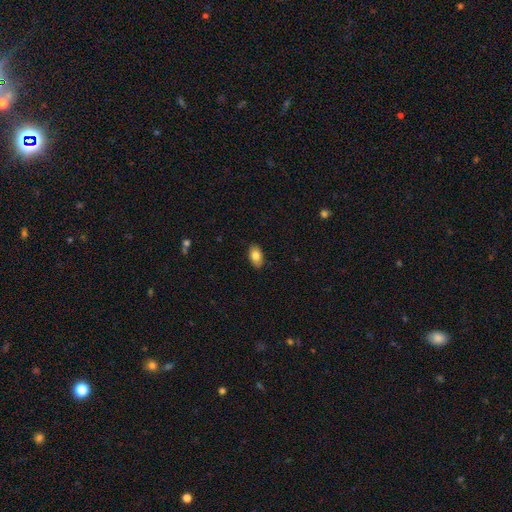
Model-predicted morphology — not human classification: Smooth or featured? Predicted: smooth (p=0.82). How rounded? Predicted: in between (p=0.90). Merging? Predicted: none (p=0.87).